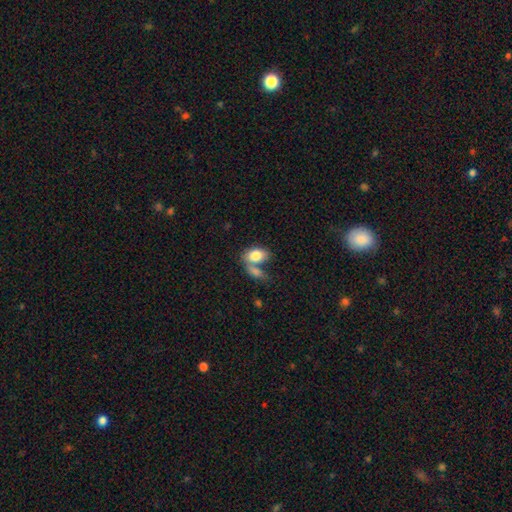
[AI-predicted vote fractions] A smooth galaxy with no disk features (80%) that is in between round and cigar-shaped (83%).

Vote fractions:
- Smooth or featured? smooth: 80% / featured or disk: 13% / star or artifact: 7%
- How rounded? in between: 83% / round: 15% / cigar-shaped: 2%
- Merging? merger: 51% / none: 30% / minor disturbance: 12% / major disturbance: 8%